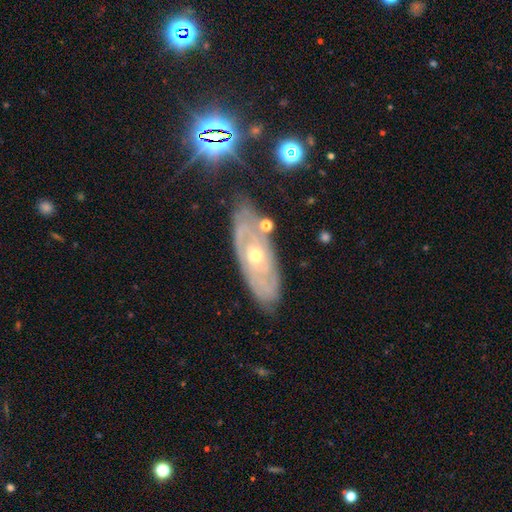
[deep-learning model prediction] Overall: featured or disk (74%). Edge-on disk: no (82%). Bar: no (81%). Spiral arms: yes (67%; no 33%). Bulge size: moderate (52%; small 44%). Merging: none (76%).